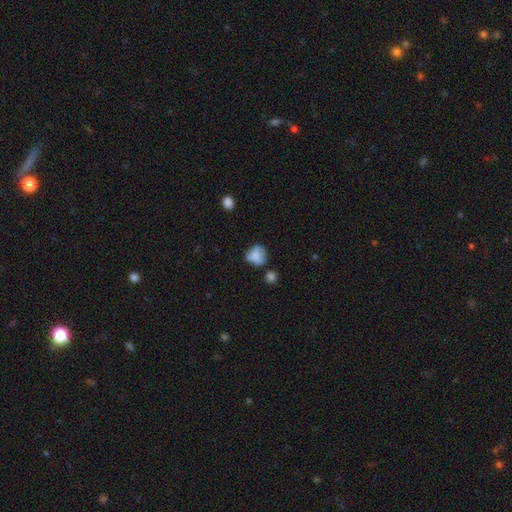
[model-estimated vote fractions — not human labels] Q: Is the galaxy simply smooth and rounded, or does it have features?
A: smooth — 77%.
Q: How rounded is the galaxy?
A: round — 67%.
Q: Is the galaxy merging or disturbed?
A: none — 52%.